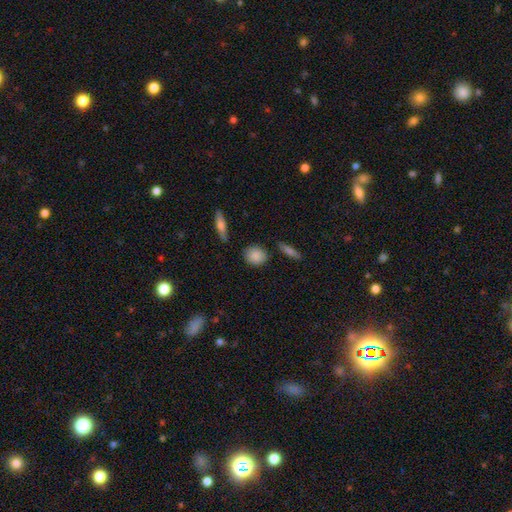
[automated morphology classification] The model was most divided on "how rounded": round: 68%, in between: 28%, cigar-shaped: 3%. More confident: smooth or featured — smooth (87%); merging — none (84%).